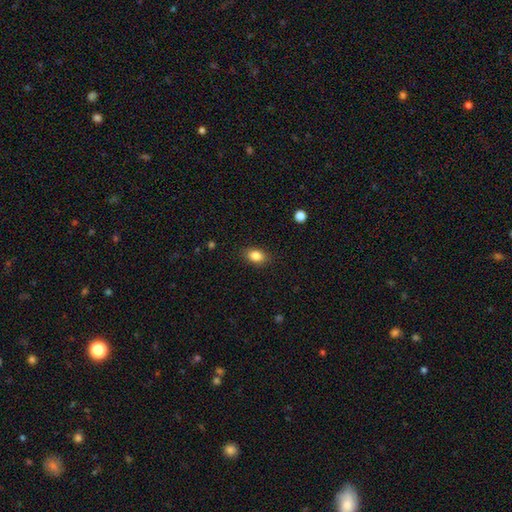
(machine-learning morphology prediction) Q: Smooth or featured?
A: smooth (85%); runner-up: star or artifact (9%)
Q: How rounded?
A: in between (81%); runner-up: round (18%)
Q: Merging?
A: none (86%); runner-up: minor disturbance (10%)